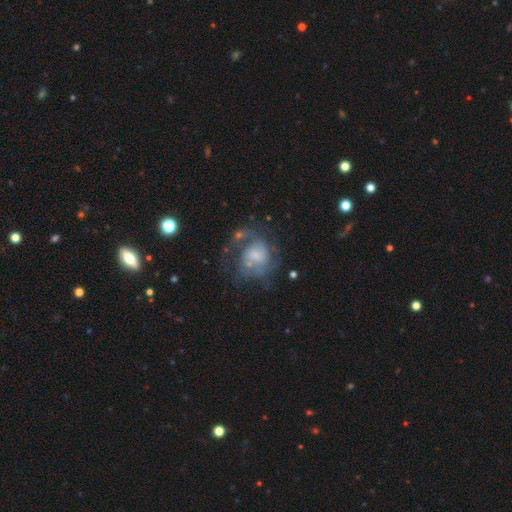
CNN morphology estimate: featured or disk 69%, smooth 22%, star or artifact 8%. Down the decision tree: edge-on disk — no (98%); bar — no (60%); spiral arms — yes (81%); spiral arm count — 2 (43%); spiral winding — medium (46%); bulge size — small (38%); merging — none (45%).